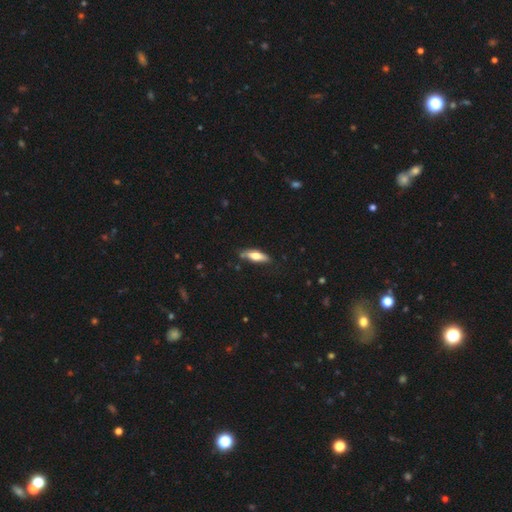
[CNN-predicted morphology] This is likely a smooth galaxy (61%). How rounded: possibly in between (50%). Merging: likely none (75%).